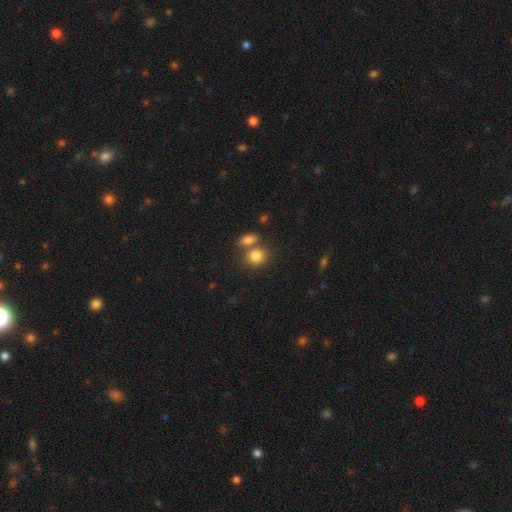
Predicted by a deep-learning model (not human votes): Smooth or featured?
  - smooth: 82% *
  - star or artifact: 10%
  - featured or disk: 8%
How rounded?
  - round: 64% *
  - in between: 34%
  - cigar-shaped: 1%
Merging?
  - none: 51% *
  - merger: 35%
  - minor disturbance: 10%
  - major disturbance: 4%